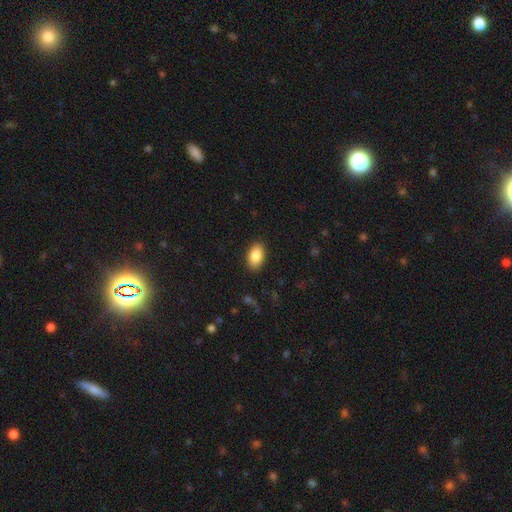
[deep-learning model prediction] This appears to be a smooth galaxy with no disk features (87%) that is in between round and cigar-shaped (92%). Merging: none (89%).